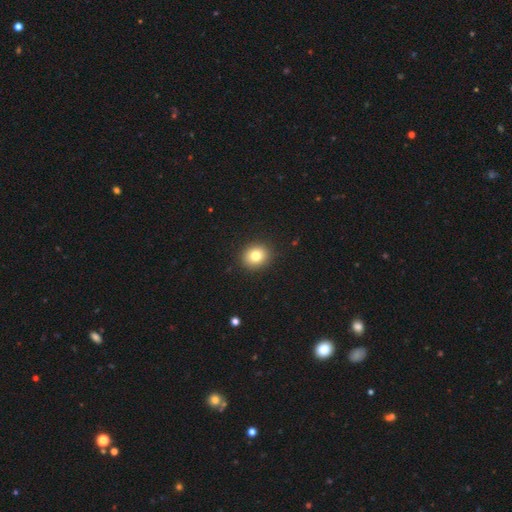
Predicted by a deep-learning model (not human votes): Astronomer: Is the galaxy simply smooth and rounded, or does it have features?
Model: smooth — 80%.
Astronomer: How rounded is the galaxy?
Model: round — 73%.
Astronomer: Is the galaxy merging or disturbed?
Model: none — 91%.